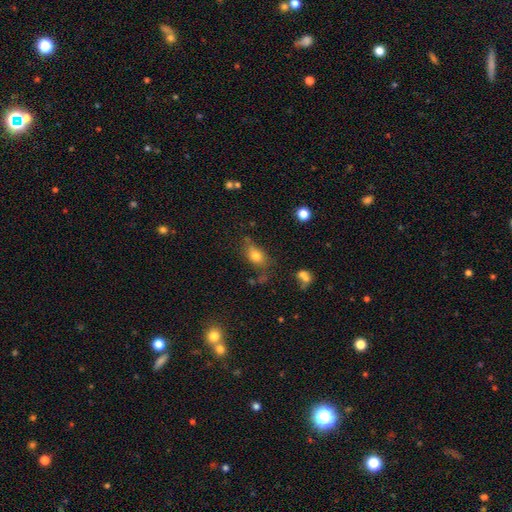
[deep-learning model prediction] Q: Smooth or featured?
A: smooth (78%); runner-up: star or artifact (11%)
Q: How rounded?
A: in between (78%); runner-up: round (18%)
Q: Merging?
A: none (64%); runner-up: minor disturbance (21%)